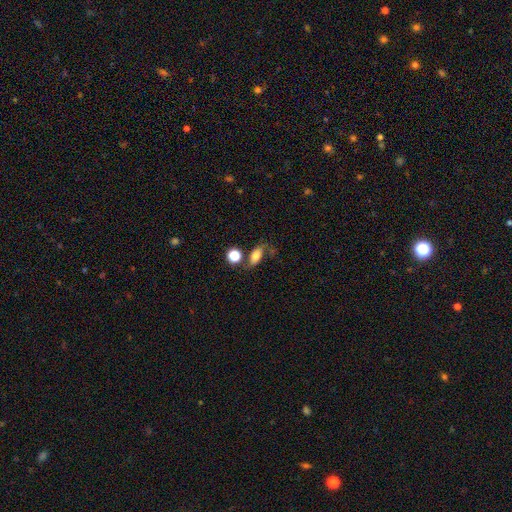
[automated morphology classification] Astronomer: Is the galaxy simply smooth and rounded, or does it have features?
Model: smooth — 62%.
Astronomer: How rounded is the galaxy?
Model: in between — 74%.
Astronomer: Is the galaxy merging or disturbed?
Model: none — 54%.